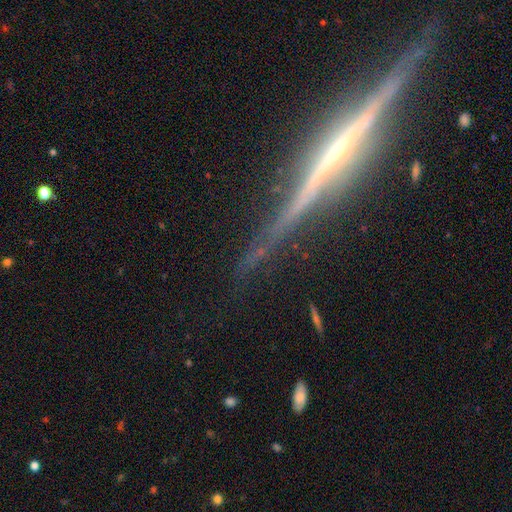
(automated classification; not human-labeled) smooth-or-featured: featured or disk: 82% | smooth: 10% | star or artifact: 9%
  disk-edge-on: yes: 96% | no: 4%
    edge-on-bulge: none: 60% | rounded: 28% | boxy: 12%
  merging: none: 78% | minor disturbance: 15% | major disturbance: 5% | merger: 2%